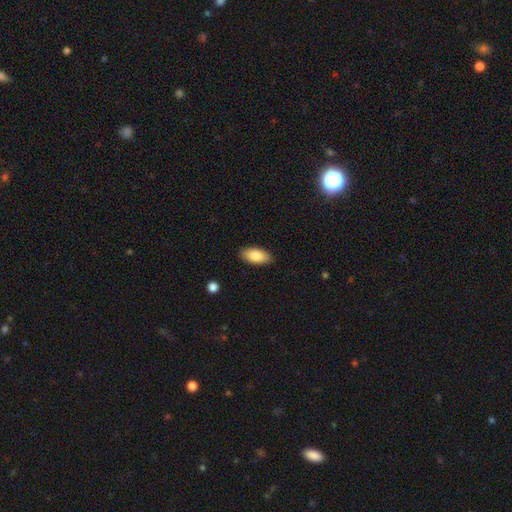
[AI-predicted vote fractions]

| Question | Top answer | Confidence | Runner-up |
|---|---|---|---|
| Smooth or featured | smooth | 85% | featured or disk (9%) |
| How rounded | in between | 92% | cigar-shaped (6%) |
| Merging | none | 88% | minor disturbance (9%) |